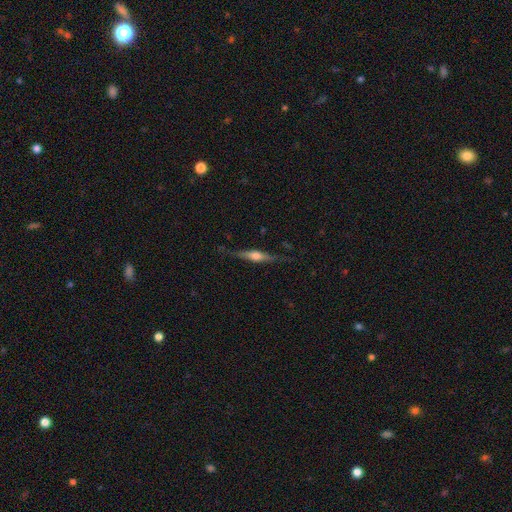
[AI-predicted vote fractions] Morphology: type=featured or disk (72%); edge-on=yes (96%); edge-on bulge=rounded (87%); merging=none (80%).